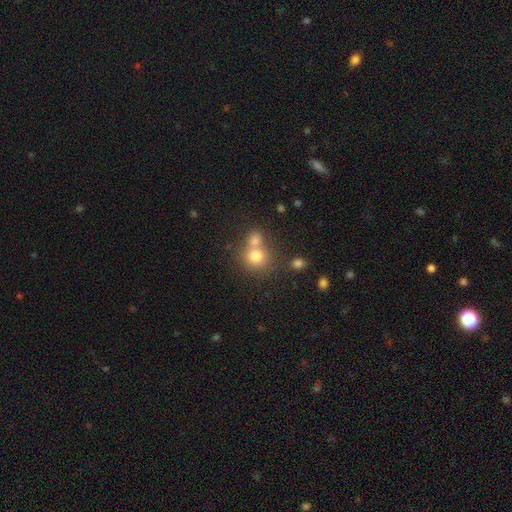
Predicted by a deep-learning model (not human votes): smooth-or-featured: smooth: 76% | star or artifact: 13% | featured or disk: 12%
  how-rounded: round: 80% | in between: 19% | cigar-shaped: 1%
  merging: merger: 47% | none: 42% | minor disturbance: 7% | major disturbance: 3%